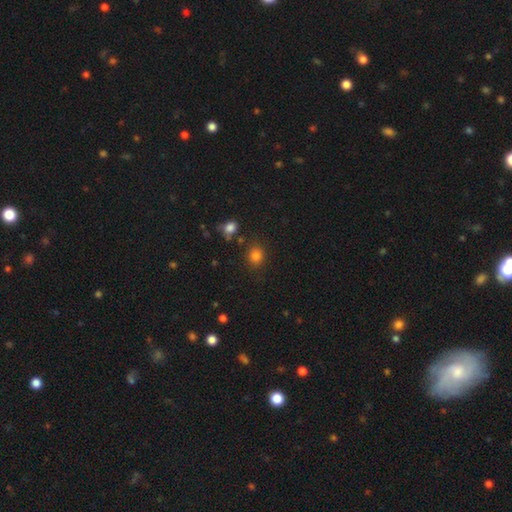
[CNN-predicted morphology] Smooth or featured?
  - smooth: 82% *
  - star or artifact: 13%
  - featured or disk: 5%
How rounded?
  - round: 76% *
  - in between: 23%
  - cigar-shaped: 1%
Merging?
  - none: 83% *
  - minor disturbance: 10%
  - merger: 4%
  - major disturbance: 3%